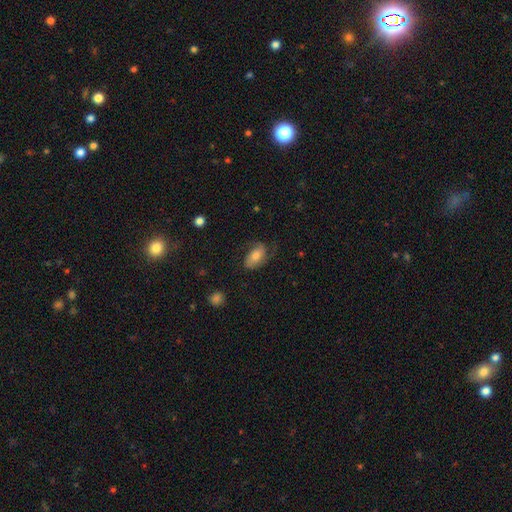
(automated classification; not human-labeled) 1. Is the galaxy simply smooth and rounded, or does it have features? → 57% smooth, 35% featured or disk, 8% star or artifact.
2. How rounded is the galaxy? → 91% in between, 7% round, 3% cigar-shaped.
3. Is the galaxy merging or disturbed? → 59% none, 25% minor disturbance, 15% major disturbance, 1% merger.